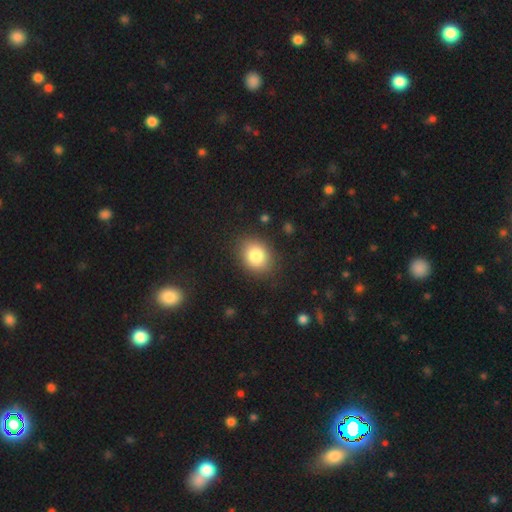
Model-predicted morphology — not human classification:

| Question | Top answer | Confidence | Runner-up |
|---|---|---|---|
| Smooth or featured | smooth | 83% | star or artifact (9%) |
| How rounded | round | 55% | in between (44%) |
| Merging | none | 86% | minor disturbance (9%) |